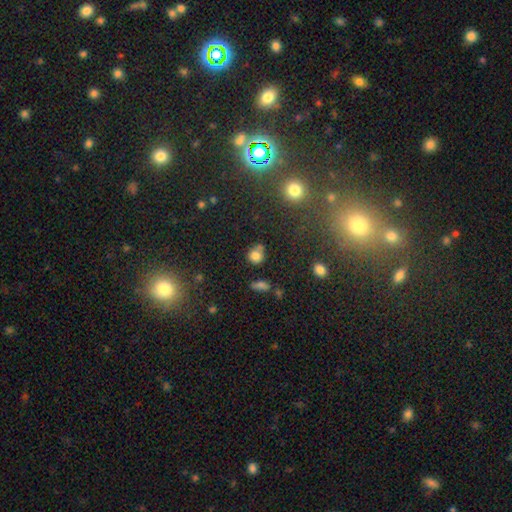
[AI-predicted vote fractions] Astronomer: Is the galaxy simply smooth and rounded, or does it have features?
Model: smooth — 76%.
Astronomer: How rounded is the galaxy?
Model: round — 78%.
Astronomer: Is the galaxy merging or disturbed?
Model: none — 56%.